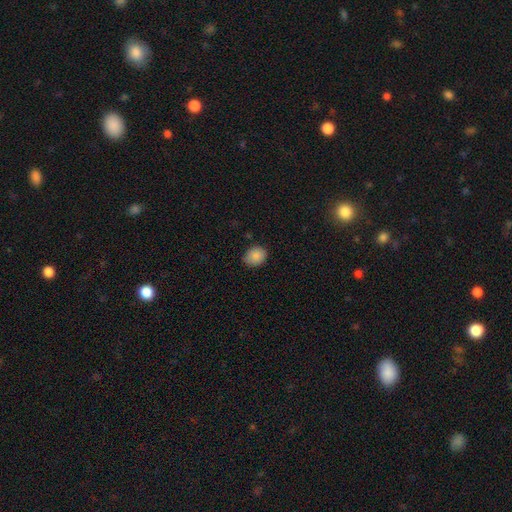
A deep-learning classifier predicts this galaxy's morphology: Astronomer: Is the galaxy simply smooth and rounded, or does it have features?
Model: smooth — 87%.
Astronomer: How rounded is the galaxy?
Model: round — 57% (runner-up: in between, 42%).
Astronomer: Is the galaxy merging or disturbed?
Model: none — 80%.